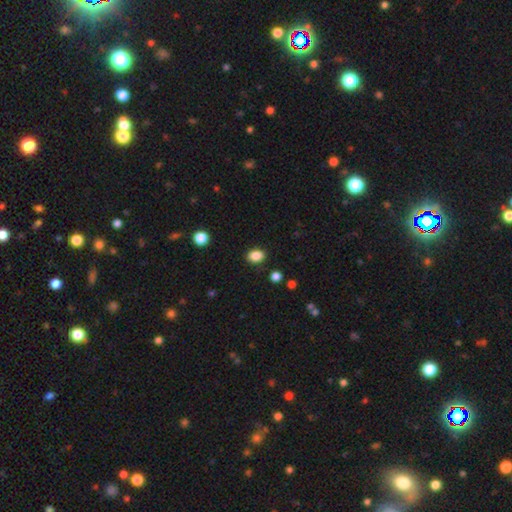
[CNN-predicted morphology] This is clearly a smooth galaxy (87%). How rounded: likely in between (67%). Merging: clearly none (87%).